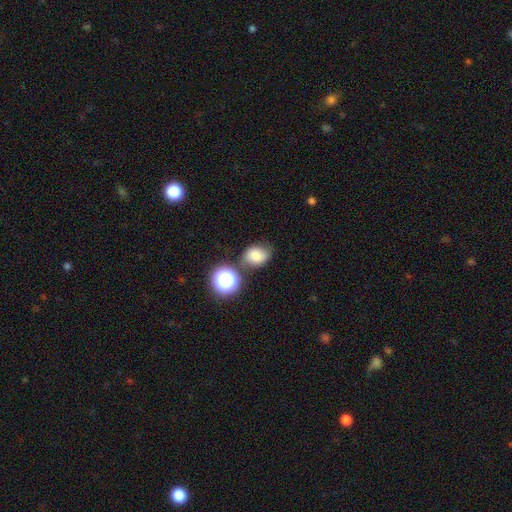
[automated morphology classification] Overall: smooth (76%). How rounded: in between (52%; round 47%). Merging: none (66%).